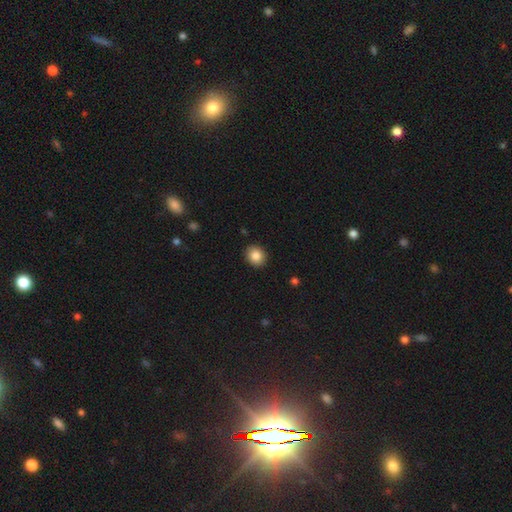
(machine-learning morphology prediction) A smooth galaxy with no disk features (86%) that is round (71%).

Vote fractions:
- Smooth or featured? smooth: 86% / star or artifact: 9% / featured or disk: 5%
- How rounded? round: 71% / in between: 28% / cigar-shaped: 1%
- Merging? none: 91% / minor disturbance: 6% / major disturbance: 2% / merger: 1%